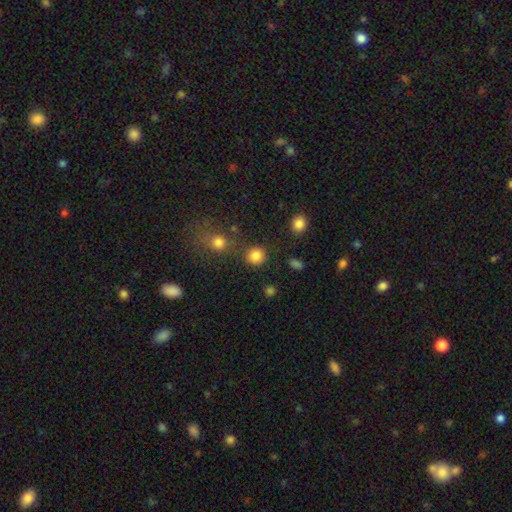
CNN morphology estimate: Smooth or featured? smooth (84%)
How rounded? round (92%)
Merging? none (82%)